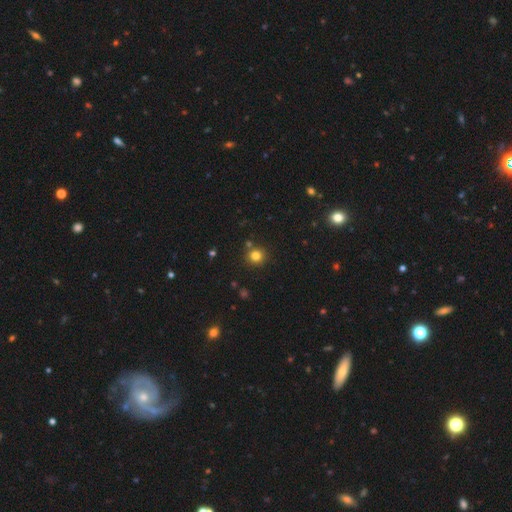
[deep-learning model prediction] Smooth or featured: smooth — 80% (star or artifact — 14%)
How rounded: round — 92% (in between — 7%)
Merging: none — 84% (minor disturbance — 7%)